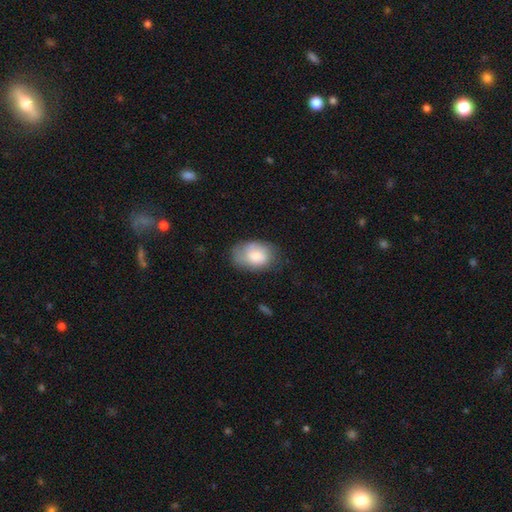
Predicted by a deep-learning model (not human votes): Morphology: type=smooth (80%); roundness=in between (84%); merging=none (57%).